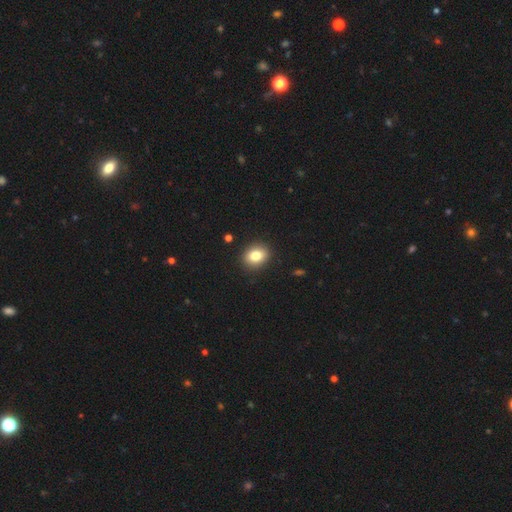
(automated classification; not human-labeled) Smooth or featured: smooth — 82% (star or artifact — 10%)
How rounded: in between — 53% (round — 46%)
Merging: none — 90% (minor disturbance — 7%)